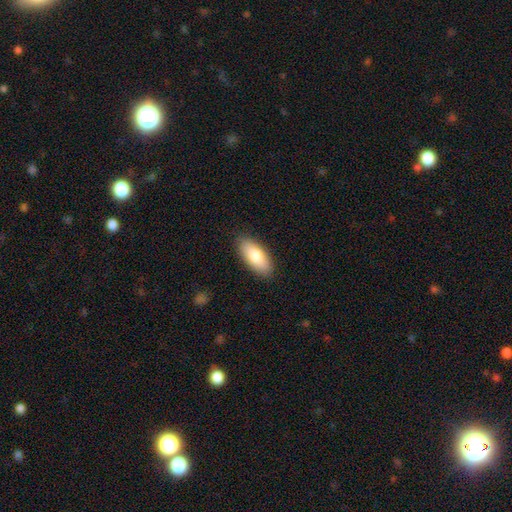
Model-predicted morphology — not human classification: Q: Smooth or featured?
A: smooth (82%); runner-up: featured or disk (12%)
Q: How rounded?
A: in between (86%); runner-up: cigar-shaped (12%)
Q: Merging?
A: none (88%); runner-up: minor disturbance (9%)